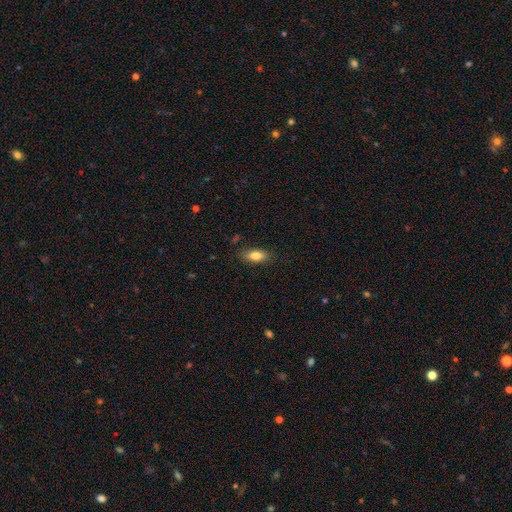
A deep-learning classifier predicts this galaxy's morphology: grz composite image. It shows a smooth galaxy with no disk features (79%) that is in between round and cigar-shaped (81%). Merging: none (83%).